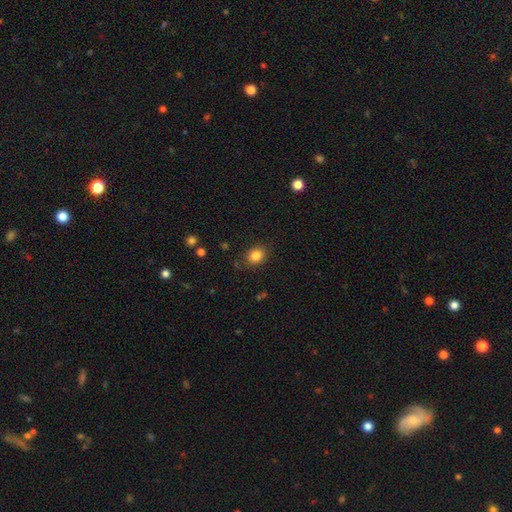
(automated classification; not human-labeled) The model was most divided on "how rounded": round: 55%, in between: 44%, cigar-shaped: 1%. More confident: smooth or featured — smooth (84%); merging — none (83%).